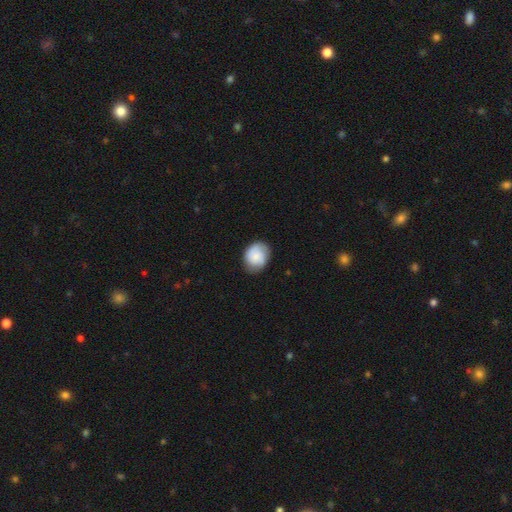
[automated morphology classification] smooth 66%, featured or disk 27%, star or artifact 7%. Down the decision tree: how rounded — round (55%); merging — none (76%).